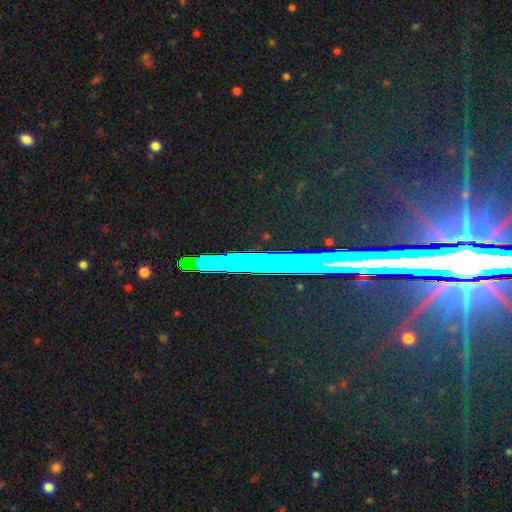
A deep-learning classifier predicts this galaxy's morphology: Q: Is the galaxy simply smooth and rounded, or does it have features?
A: star or artifact — 74%.